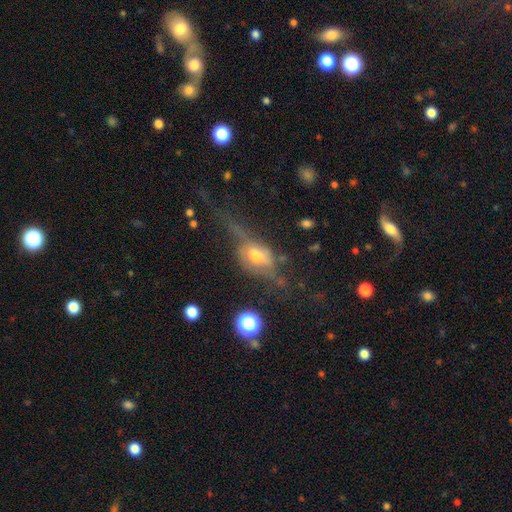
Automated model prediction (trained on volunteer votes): A featured or disk galaxy (58%) viewed edge-on (58%).

Vote fractions:
- Smooth or featured? featured or disk: 58% / smooth: 29% / star or artifact: 12%
- Edge-on disk? yes: 58% / no: 42%
- Merging? major disturbance: 38% / none: 35% / minor disturbance: 22% / merger: 5%